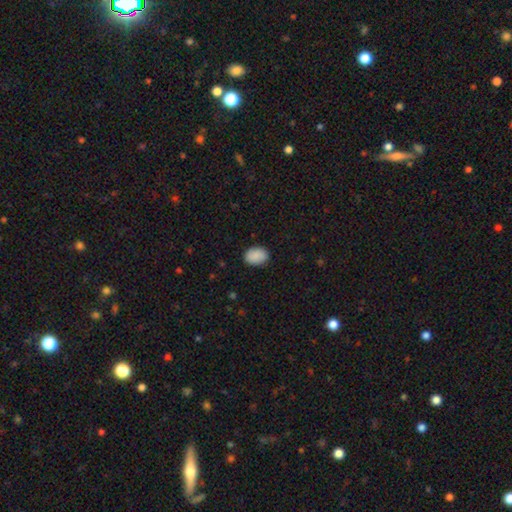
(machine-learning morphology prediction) This appears to be a smooth galaxy with no disk features (90%) that is in between round and cigar-shaped (76%). Merging: none (87%).